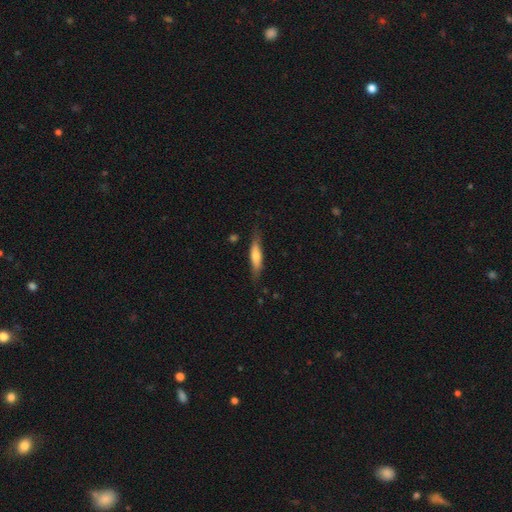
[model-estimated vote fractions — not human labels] smooth_or_featured: smooth (p=0.59) [alt: featured or disk p=0.35]
how_rounded: cigar-shaped (p=0.75) [alt: in between p=0.23]
merging: none (p=0.77) [alt: minor disturbance p=0.18]